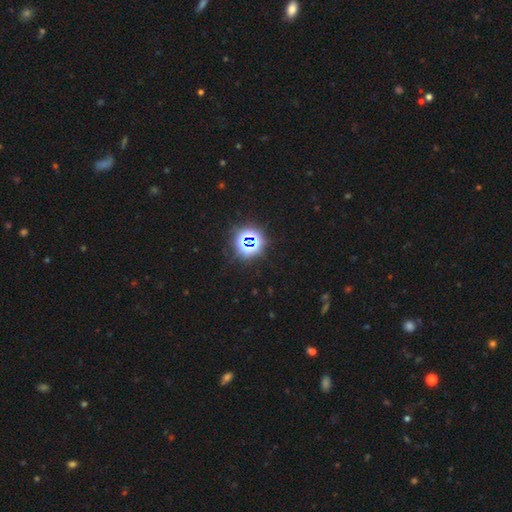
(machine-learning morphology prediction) smooth-or-featured: star or artifact: 81% | smooth: 13% | featured or disk: 6%